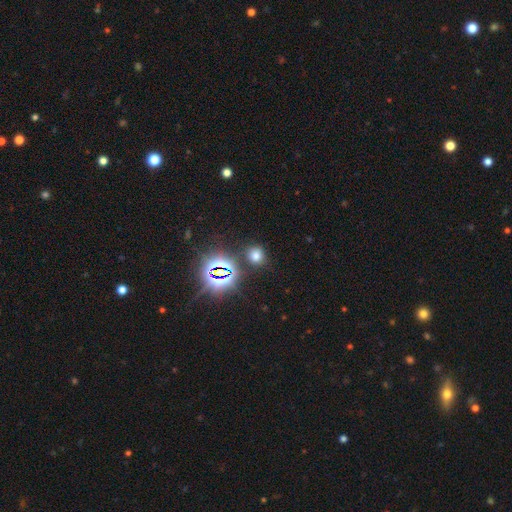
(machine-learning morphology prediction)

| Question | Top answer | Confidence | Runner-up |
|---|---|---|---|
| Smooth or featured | smooth | 61% | star or artifact (31%) |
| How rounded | round | 77% | in between (22%) |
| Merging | none | 82% | minor disturbance (10%) |